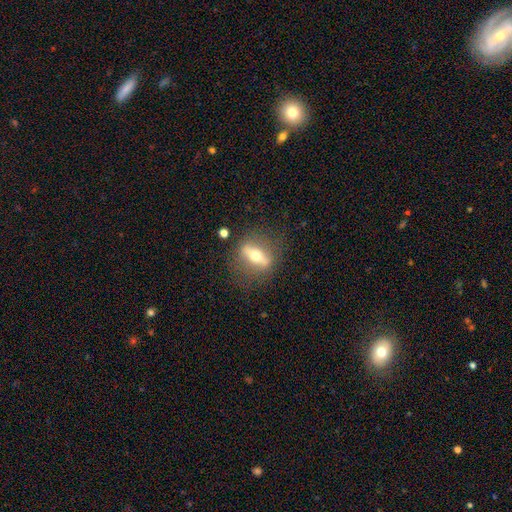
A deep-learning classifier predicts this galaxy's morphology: featured or disk 61%, smooth 31%, star or artifact 8%. Down the decision tree: edge-on disk — yes (59%); merging — none (78%).